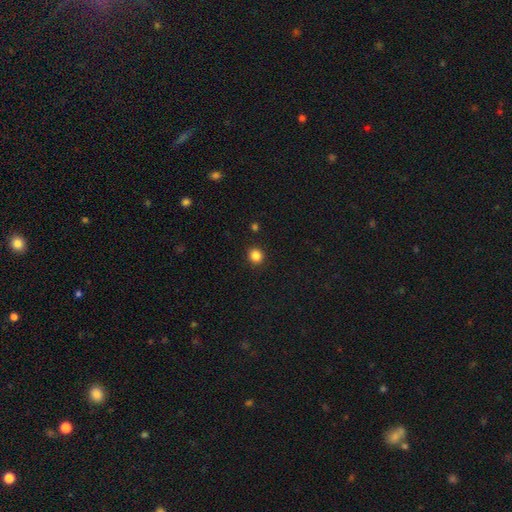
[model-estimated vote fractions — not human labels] smooth_or_featured: smooth (p=0.85) [alt: star or artifact p=0.12]
how_rounded: round (p=0.89) [alt: in between p=0.10]
merging: none (p=0.92) [alt: minor disturbance p=0.05]